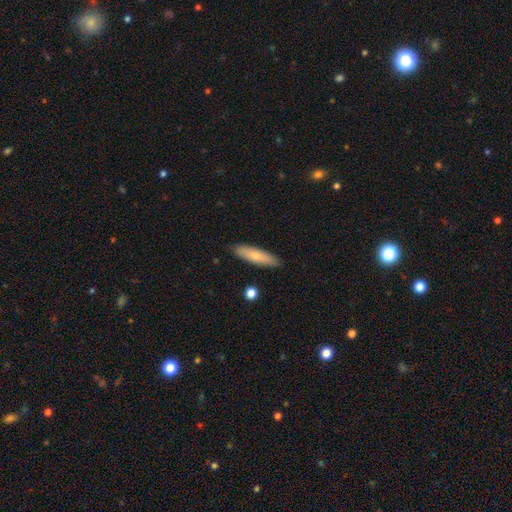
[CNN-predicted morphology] smooth 74%, featured or disk 20%, star or artifact 6%. Down the decision tree: how rounded — cigar-shaped (70%); merging — none (87%).